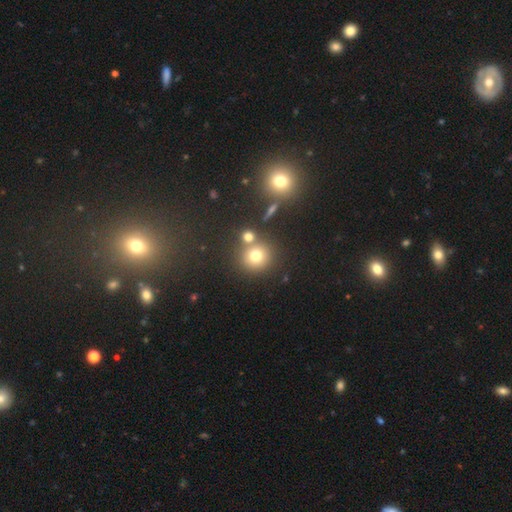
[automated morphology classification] Smooth or featured? Predicted: smooth (p=0.72). How rounded? Predicted: round (p=0.90). Merging? Predicted: none (p=0.68).